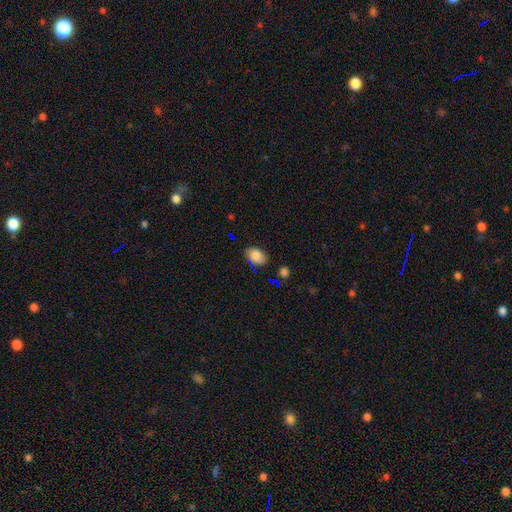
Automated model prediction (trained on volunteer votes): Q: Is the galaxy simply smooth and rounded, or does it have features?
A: smooth — 79%.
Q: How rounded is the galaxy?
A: in between — 83%.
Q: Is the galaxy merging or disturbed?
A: none — 77%.